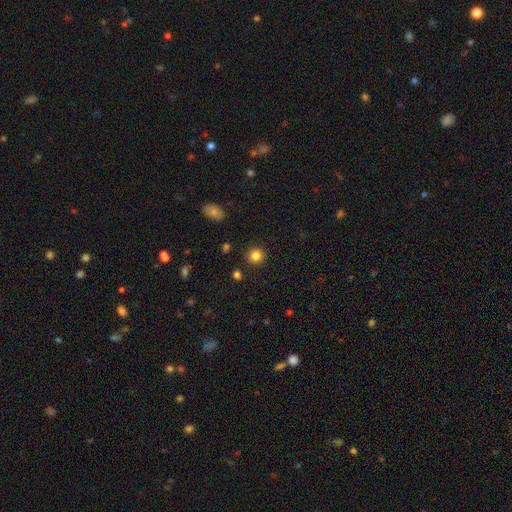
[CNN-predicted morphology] Smooth or featured? Predicted: smooth (p=0.84). How rounded? Predicted: round (p=0.90). Merging? Predicted: none (p=0.90).